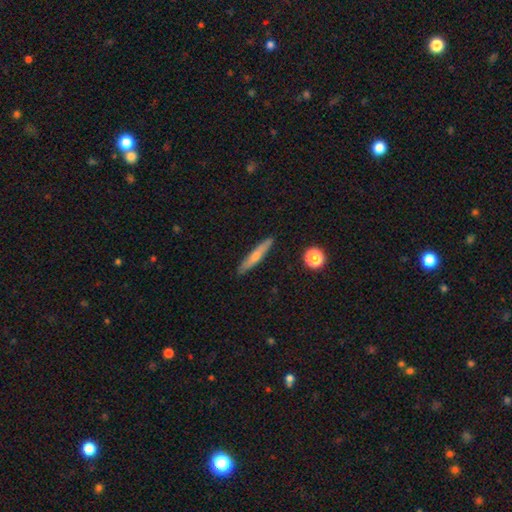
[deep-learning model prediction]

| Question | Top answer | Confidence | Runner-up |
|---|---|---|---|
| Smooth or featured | smooth | 52% | featured or disk (40%) |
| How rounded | cigar-shaped | 92% | in between (6%) |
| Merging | none | 90% | minor disturbance (7%) |